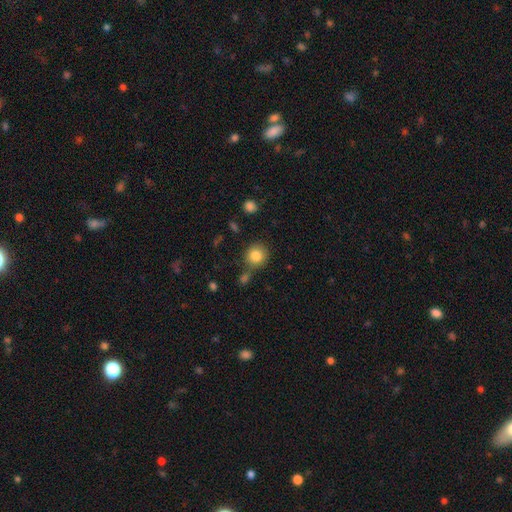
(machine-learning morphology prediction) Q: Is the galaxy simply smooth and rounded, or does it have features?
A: smooth — 84%.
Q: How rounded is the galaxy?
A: round — 89%.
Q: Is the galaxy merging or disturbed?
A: none — 75%.